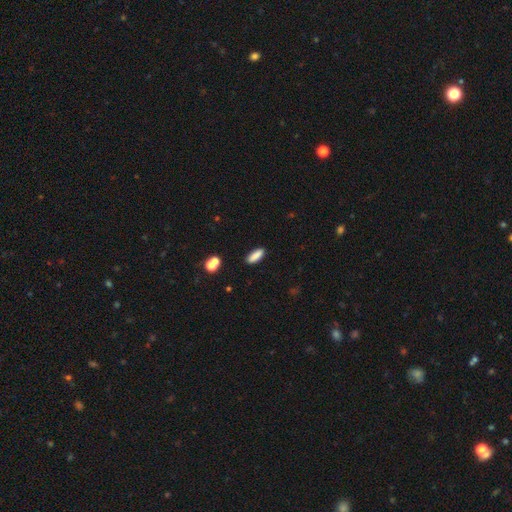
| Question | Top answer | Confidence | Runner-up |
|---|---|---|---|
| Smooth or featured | smooth | 84% | featured or disk (8%) |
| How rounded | in between | 66% | cigar-shaped (34%) |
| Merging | none | 80% | minor disturbance (11%) |